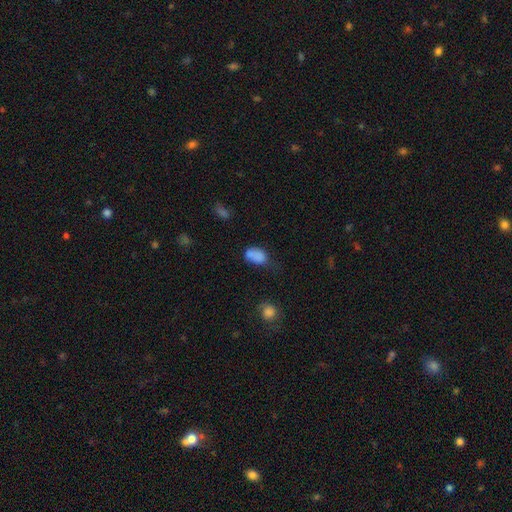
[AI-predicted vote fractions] smooth-or-featured: smooth: 82% | star or artifact: 10% | featured or disk: 8%
  how-rounded: in between: 88% | round: 10% | cigar-shaped: 2%
  merging: none: 44% | minor disturbance: 33% | major disturbance: 14% | merger: 10%